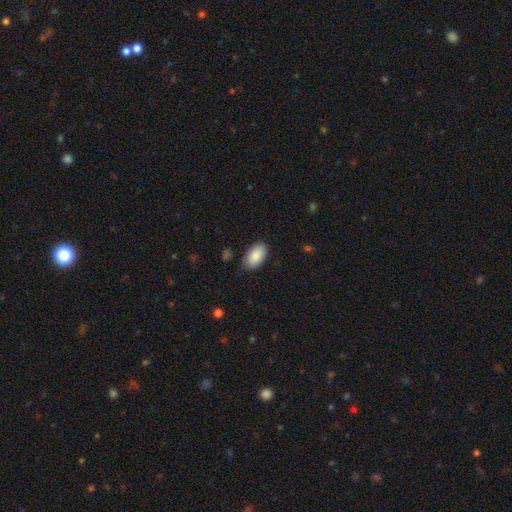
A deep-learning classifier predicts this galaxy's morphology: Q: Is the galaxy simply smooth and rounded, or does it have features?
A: smooth — 88%.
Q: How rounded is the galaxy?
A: in between — 95%.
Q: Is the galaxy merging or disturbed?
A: none — 82%.